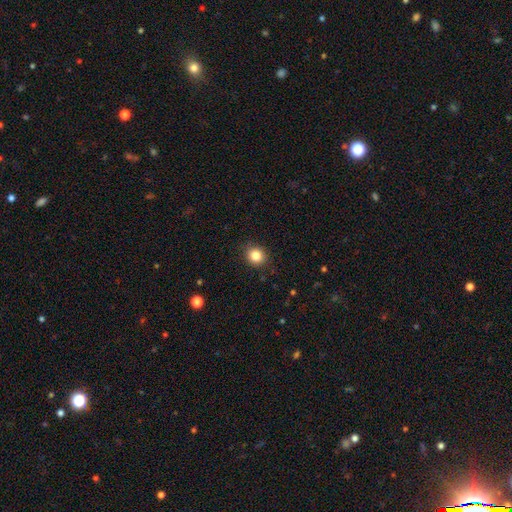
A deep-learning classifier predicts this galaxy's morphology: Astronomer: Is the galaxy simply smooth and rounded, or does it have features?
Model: smooth — 84%.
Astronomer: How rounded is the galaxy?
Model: round — 83%.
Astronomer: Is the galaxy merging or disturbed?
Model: none — 89%.